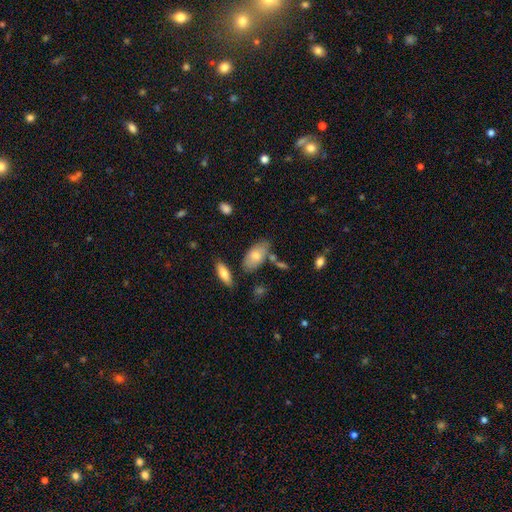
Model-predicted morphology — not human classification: type=smooth (72%); roundness=in between (92%); merging=none (68%).